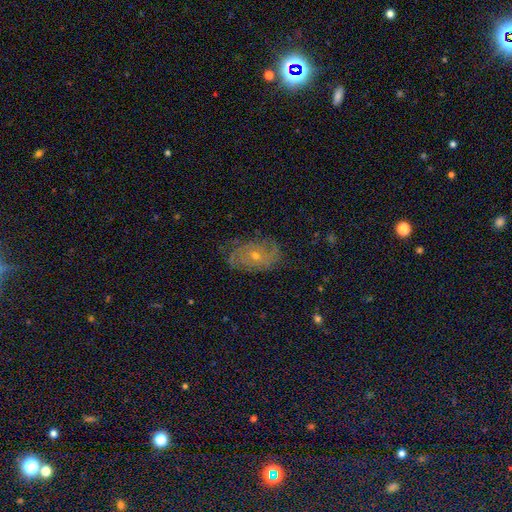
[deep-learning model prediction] This is likely a featured or disk galaxy (62%). It is clearly not viewed edge-on (94%). Bar: clearly no (81%). Spiral arm pattern: clearly yes (81%). Central bulge: possibly small (58%). Merging: likely none (72%).